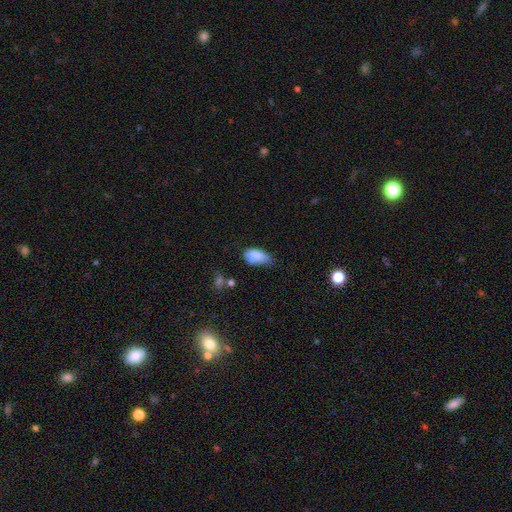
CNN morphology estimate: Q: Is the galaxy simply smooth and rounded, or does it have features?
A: smooth — 83%.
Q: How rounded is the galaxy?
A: in between — 92%.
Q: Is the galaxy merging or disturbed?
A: minor disturbance — 47%.